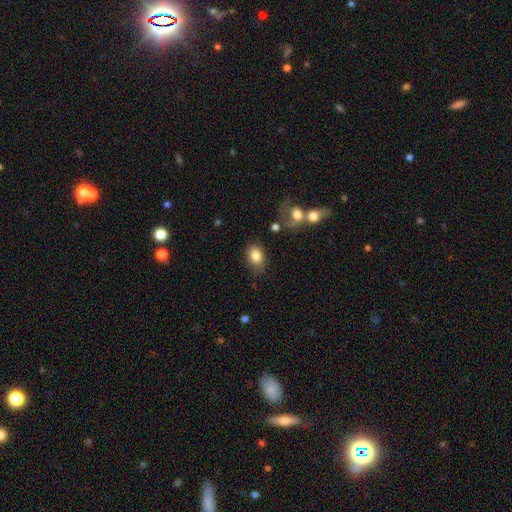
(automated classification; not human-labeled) Q: Smooth or featured?
A: smooth (83%); runner-up: featured or disk (9%)
Q: How rounded?
A: in between (77%); runner-up: round (21%)
Q: Merging?
A: none (72%); runner-up: minor disturbance (16%)